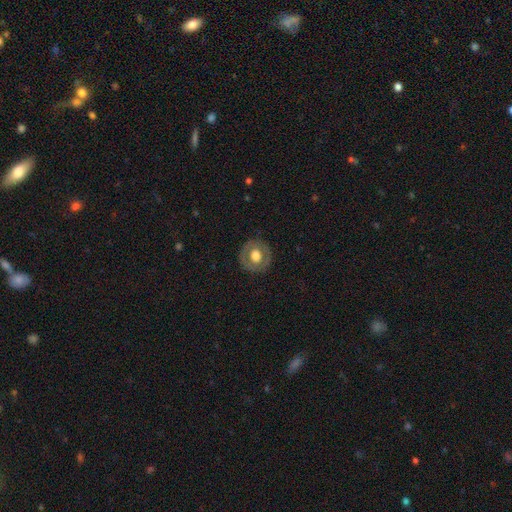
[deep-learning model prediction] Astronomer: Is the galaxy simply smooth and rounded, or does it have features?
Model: smooth — 50% (runner-up: featured or disk, 43%).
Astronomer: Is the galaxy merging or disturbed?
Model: none — 85%.